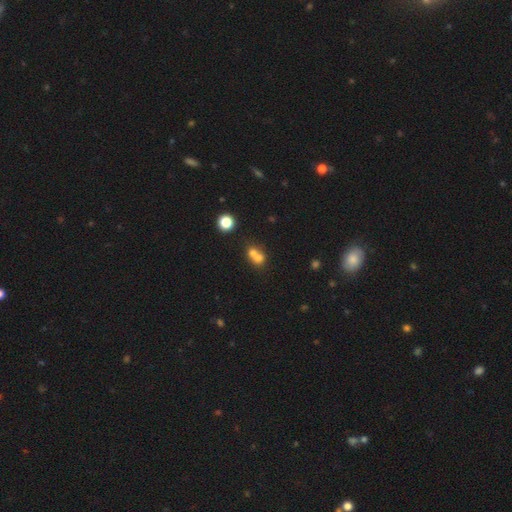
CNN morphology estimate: Q: Smooth or featured?
A: smooth (68%); runner-up: featured or disk (18%)
Q: How rounded?
A: round (69%); runner-up: in between (29%)
Q: Merging?
A: merger (66%); runner-up: none (26%)